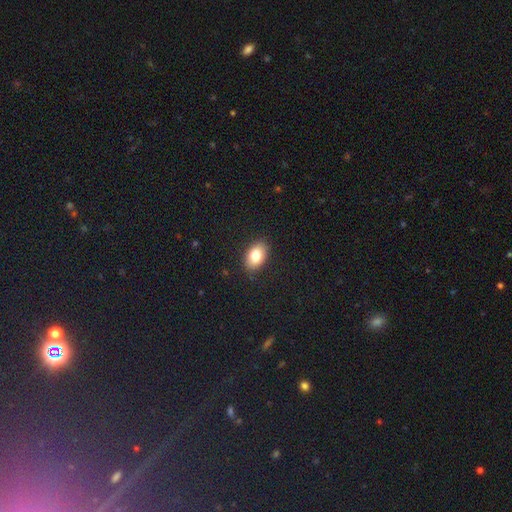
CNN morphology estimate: This is clearly a smooth galaxy (81%). How rounded: clearly in between (88%). Merging: clearly none (88%).